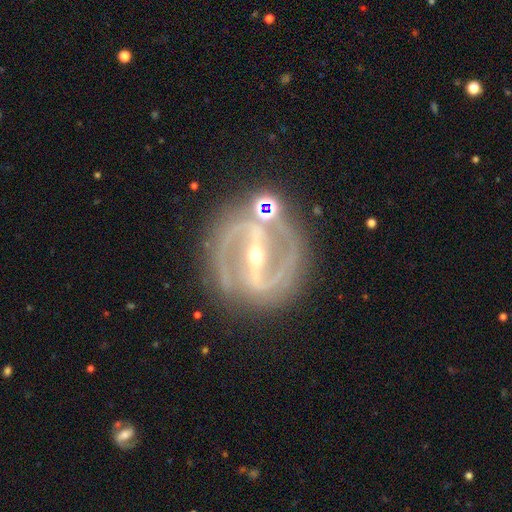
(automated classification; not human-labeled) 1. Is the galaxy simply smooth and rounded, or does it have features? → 91% featured or disk, 6% star or artifact, 3% smooth.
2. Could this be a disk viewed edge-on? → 96% no, 4% yes.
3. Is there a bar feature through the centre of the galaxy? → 80% strong, 14% weak, 6% no.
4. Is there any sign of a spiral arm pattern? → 97% yes, 3% no.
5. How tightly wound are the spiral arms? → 48% medium, 42% tight, 9% loose.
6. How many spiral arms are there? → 85% 2, 6% 3, 4% can't tell, 2% 4, 2% 1, 2% more than 4.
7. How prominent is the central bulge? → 70% small, 27% moderate, 1% large, 1% none, 1% dominant.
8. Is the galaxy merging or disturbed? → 79% none, 12% minor disturbance, 5% major disturbance, 4% merger.